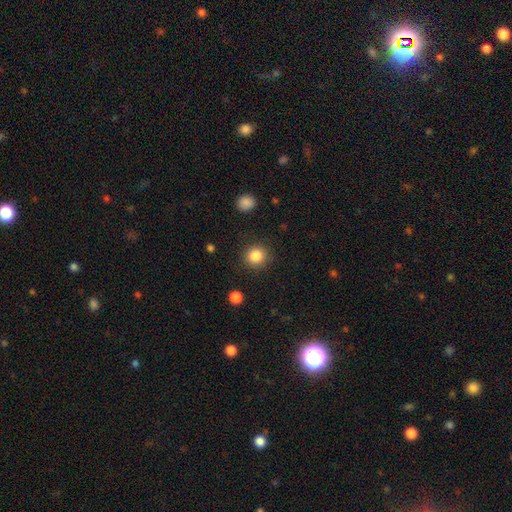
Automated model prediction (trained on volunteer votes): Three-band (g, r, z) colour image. It shows a smooth galaxy with no disk features (85%) that is round (89%). Merging: none (88%).